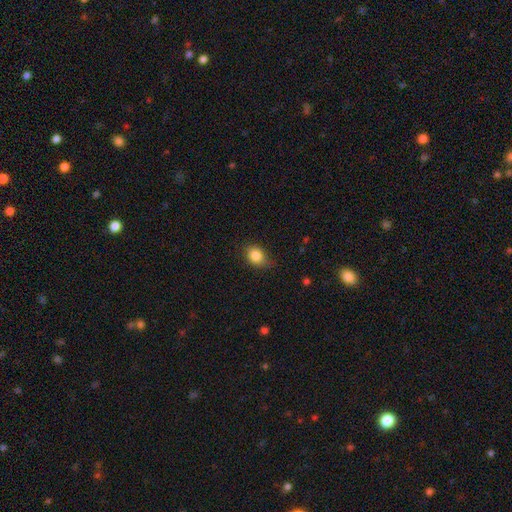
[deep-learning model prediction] Smooth or featured? smooth (85%)
How rounded? in between (58%)
Merging? none (72%)